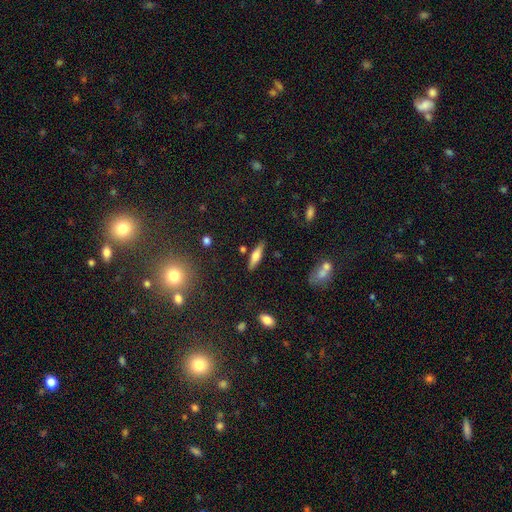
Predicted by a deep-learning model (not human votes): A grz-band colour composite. It shows a smooth galaxy with no disk features (58%) that is cigar-shaped (66%). Merging: none (84%).